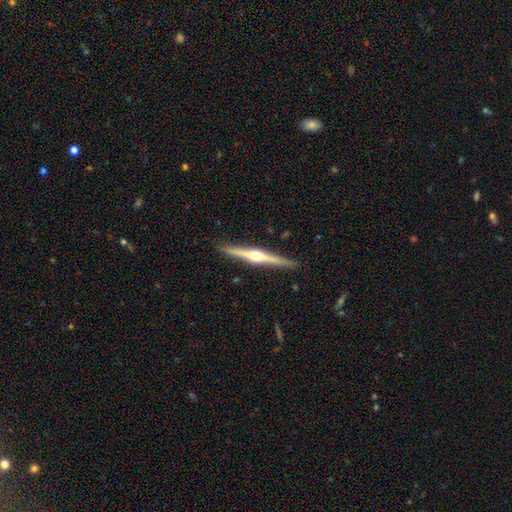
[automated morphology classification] type=featured or disk (81%); edge-on=yes (98%); edge-on bulge=rounded (94%); merging=none (91%).